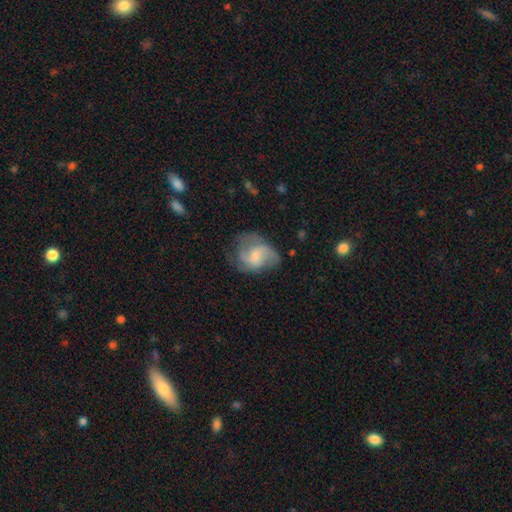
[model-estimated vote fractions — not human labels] A featured or disk galaxy (68%) with no bar (54%), 2 (49%) medium (45%) spiral arms (90%) and a small central bulge (54%).

Vote fractions:
- Smooth or featured? featured or disk: 68% / smooth: 25% / star or artifact: 7%
- Edge-on disk? no: 97% / yes: 3%
- Bar? no: 54% / weak: 38% / strong: 7%
- Spiral arms? yes: 90% / no: 10%
- Spiral winding? medium: 45% / loose: 39% / tight: 16%
- Spiral arm count? 2: 49% / 3: 24% / can't tell: 15% / 1: 5% / 4: 4% / more than 4: 3%
- Bulge size? small: 54% / moderate: 38% / none: 5% / large: 3% / dominant: 1%
- Merging? none: 55% / minor disturbance: 26% / major disturbance: 16% / merger: 2%